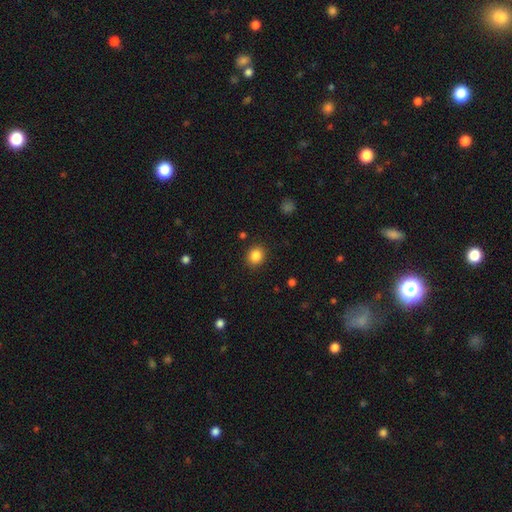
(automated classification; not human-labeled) smooth 86%, star or artifact 10%, featured or disk 4%. Down the decision tree: how rounded — round (72%); merging — none (89%).